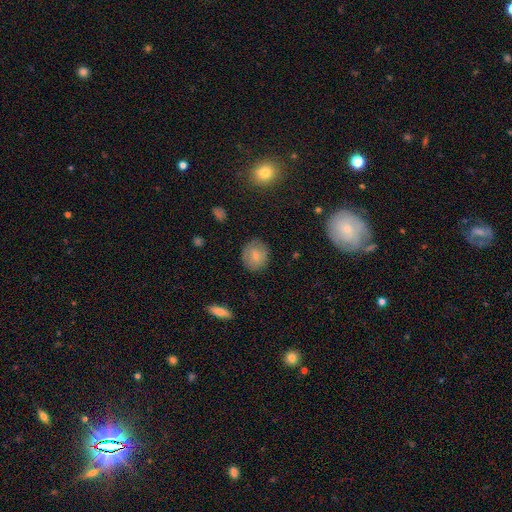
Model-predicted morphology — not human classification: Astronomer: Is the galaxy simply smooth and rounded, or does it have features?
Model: smooth — 69%.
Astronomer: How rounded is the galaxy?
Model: round — 74%.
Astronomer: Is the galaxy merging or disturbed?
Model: none — 80%.